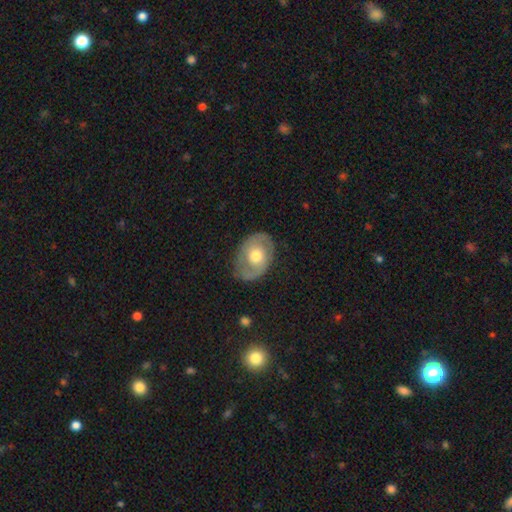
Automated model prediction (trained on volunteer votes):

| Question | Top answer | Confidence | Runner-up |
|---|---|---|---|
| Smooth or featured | featured or disk | 52% | smooth (43%) |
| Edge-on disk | no | 94% | yes (6%) |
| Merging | none | 73% | minor disturbance (19%) |